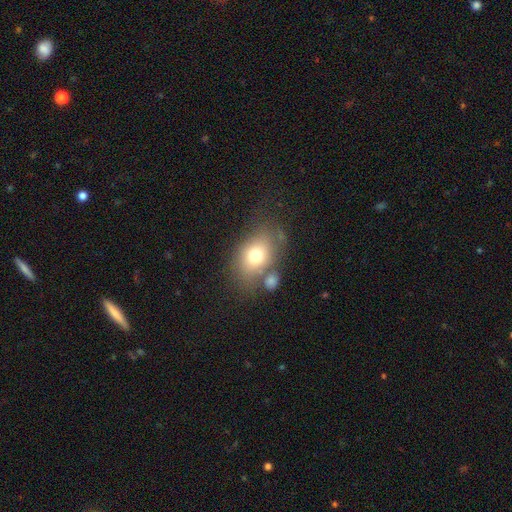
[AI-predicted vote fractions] smooth_or_featured: smooth (p=0.72) [alt: featured or disk p=0.18]
how_rounded: in between (p=0.74) [alt: round p=0.24]
merging: none (p=0.57) [alt: minor disturbance p=0.18]